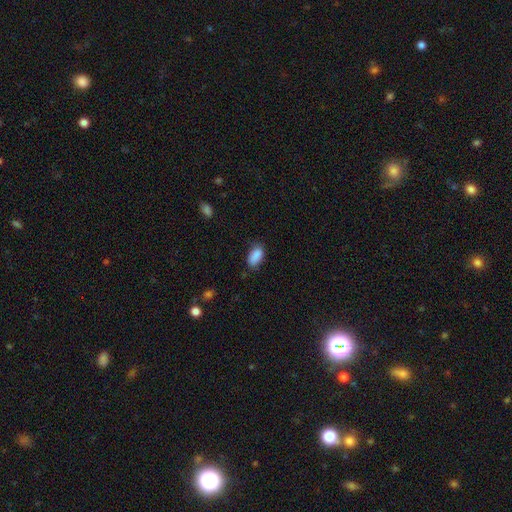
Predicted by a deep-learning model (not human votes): smooth-or-featured: smooth: 88% | star or artifact: 8% | featured or disk: 4%
  how-rounded: in between: 92% | round: 4% | cigar-shaped: 4%
  merging: none: 75% | minor disturbance: 19% | major disturbance: 4% | merger: 2%